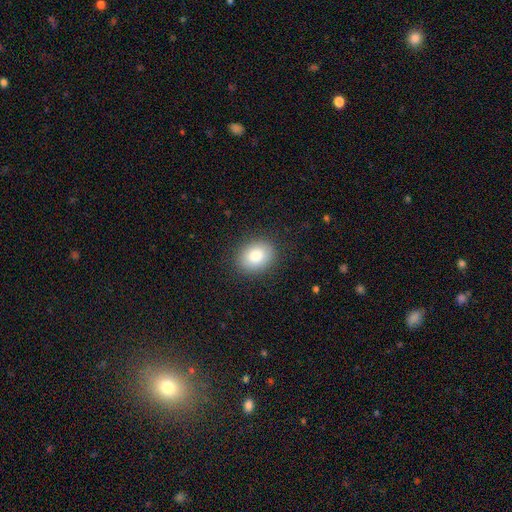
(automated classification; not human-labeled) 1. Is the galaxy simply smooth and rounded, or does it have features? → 84% smooth, 8% featured or disk, 8% star or artifact.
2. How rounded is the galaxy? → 51% in between, 48% round, 1% cigar-shaped.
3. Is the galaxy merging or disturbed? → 88% none, 8% minor disturbance, 3% major disturbance, 1% merger.